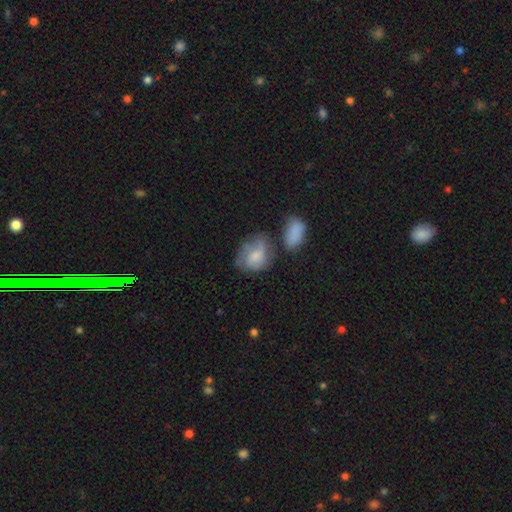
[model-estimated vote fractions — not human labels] The model was most divided on "merging": none: 38%, minor disturbance: 26%, major disturbance: 18%, merger: 18%. More confident: how rounded — in between (61%); smooth or featured — smooth (59%).